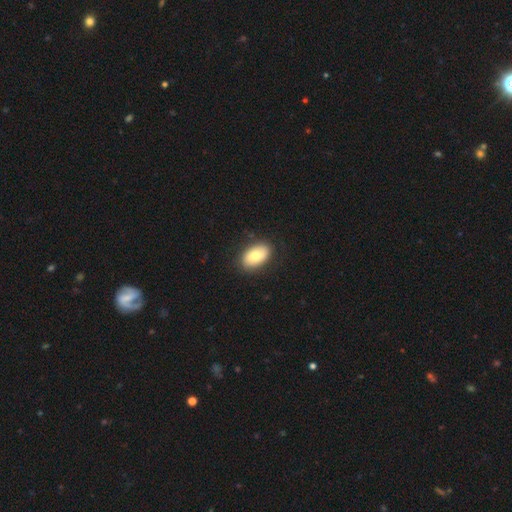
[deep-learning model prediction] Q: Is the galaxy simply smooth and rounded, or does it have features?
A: smooth — 77%.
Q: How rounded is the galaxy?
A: in between — 92%.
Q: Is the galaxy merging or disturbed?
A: none — 85%.